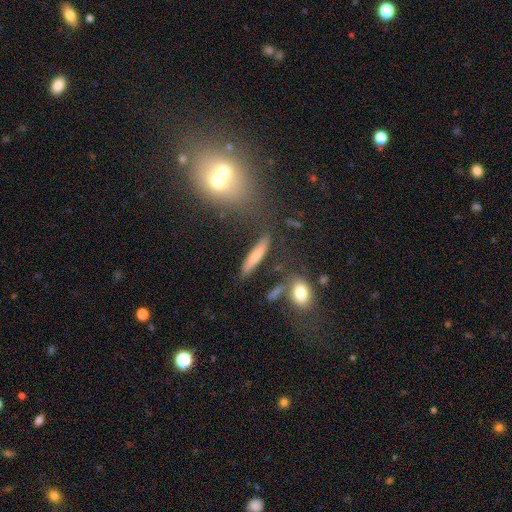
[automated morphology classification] smooth_or_featured: smooth (p=0.69) [alt: featured or disk p=0.22]
how_rounded: cigar-shaped (p=0.83) [alt: in between p=0.14]
merging: none (p=0.77) [alt: minor disturbance p=0.13]